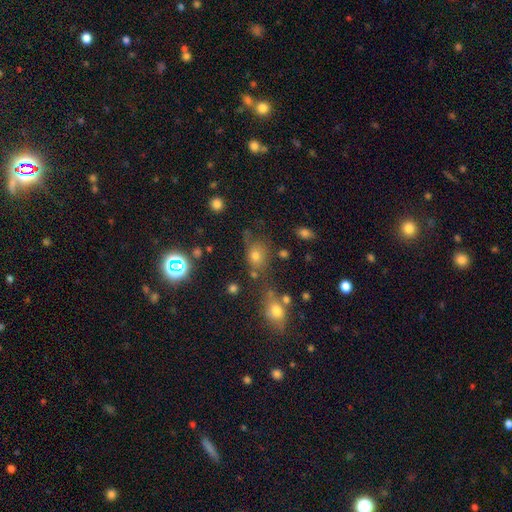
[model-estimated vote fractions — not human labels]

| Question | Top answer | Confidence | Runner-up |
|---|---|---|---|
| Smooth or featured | smooth | 68% | star or artifact (21%) |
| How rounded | in between | 51% | round (47%) |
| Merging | none | 59% | minor disturbance (19%) |